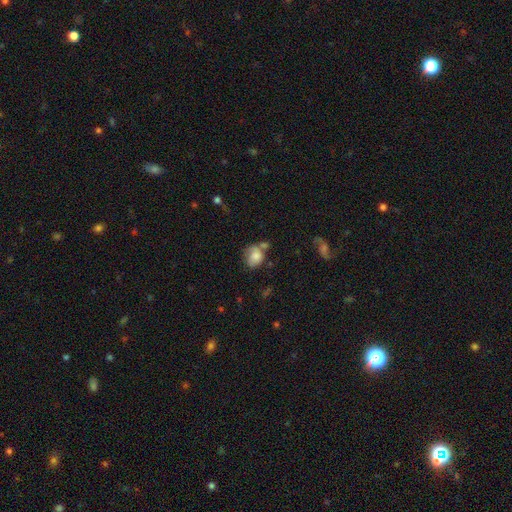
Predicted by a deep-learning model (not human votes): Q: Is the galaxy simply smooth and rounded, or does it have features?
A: smooth — 71%.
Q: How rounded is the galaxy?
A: in between — 52%.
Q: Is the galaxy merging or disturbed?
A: none — 37%.